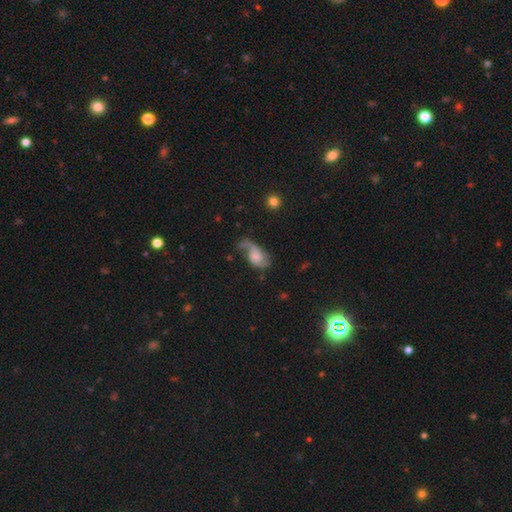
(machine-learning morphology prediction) Overall: featured or disk (60%; smooth 32%). Edge-on disk: no (96%). Bar: no (61%; weak 32%). Spiral arms: yes (87%). Bulge size: none (34%; small 28%). Merging: major disturbance (40%; none 30%).